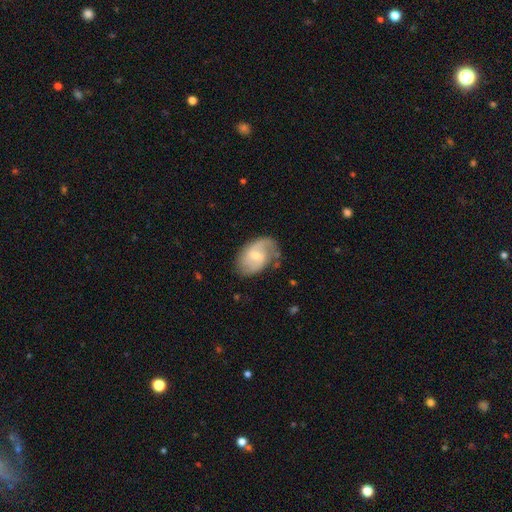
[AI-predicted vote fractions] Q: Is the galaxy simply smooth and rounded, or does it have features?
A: featured or disk — 74%.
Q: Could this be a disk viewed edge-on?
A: no — 97%.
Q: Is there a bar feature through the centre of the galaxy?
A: weak — 61%.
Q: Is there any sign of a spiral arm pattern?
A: yes — 92%.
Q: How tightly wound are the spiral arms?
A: medium — 48%.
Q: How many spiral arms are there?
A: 2 — 72%.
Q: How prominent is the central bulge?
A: small — 50%.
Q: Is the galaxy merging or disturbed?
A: none — 65%.